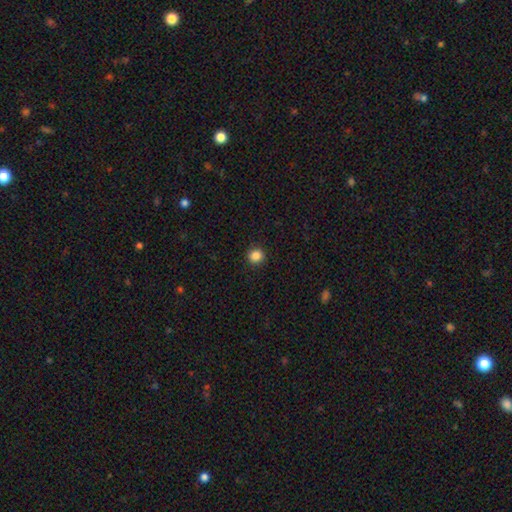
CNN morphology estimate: type=smooth (86%); roundness=round (92%); merging=none (92%).